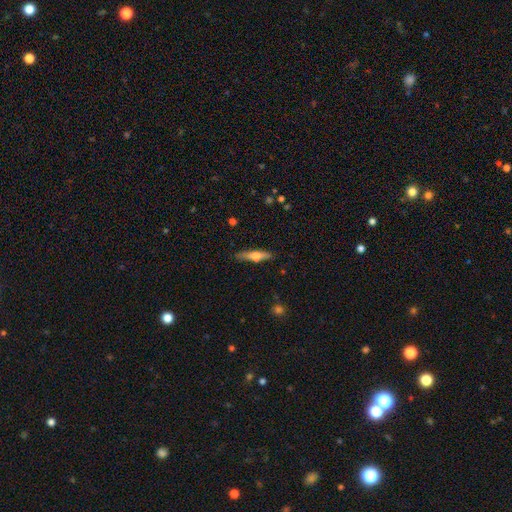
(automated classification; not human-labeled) smooth_or_featured: smooth (p=0.51) [alt: featured or disk p=0.43]
how_rounded: cigar-shaped (p=0.79) [alt: in between p=0.19]
merging: none (p=0.83) [alt: minor disturbance p=0.12]